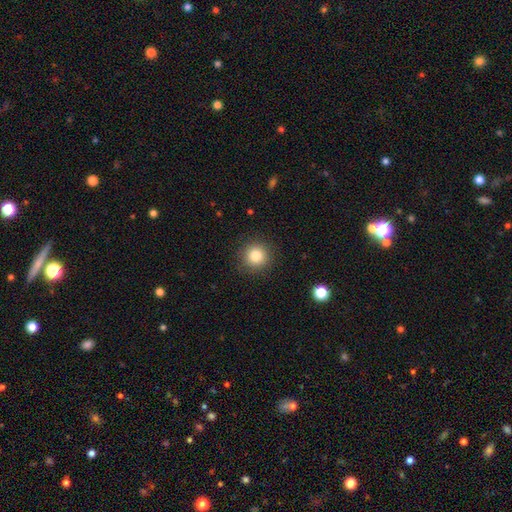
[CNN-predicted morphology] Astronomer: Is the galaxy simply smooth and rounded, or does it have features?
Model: smooth — 84%.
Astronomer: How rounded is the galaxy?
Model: round — 94%.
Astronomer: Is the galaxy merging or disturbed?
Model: none — 90%.